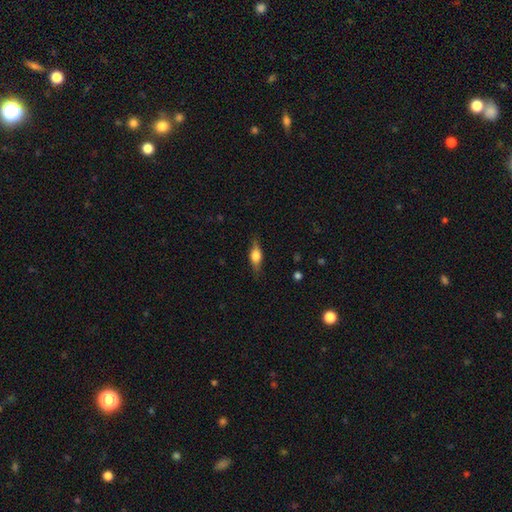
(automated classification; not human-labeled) The model was most divided on "smooth or featured": smooth: 54%, featured or disk: 39%, star or artifact: 7%. More confident: merging — none (80%); how rounded — in between (59%).